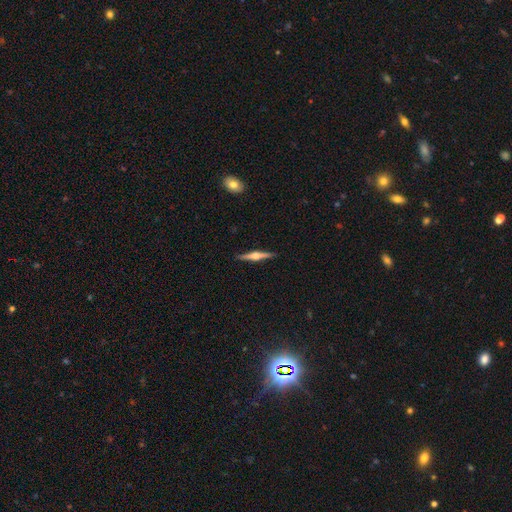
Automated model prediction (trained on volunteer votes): A featured or disk galaxy (75%) viewed edge-on (98%) with a rounded central bulge (91%).

Vote fractions:
- Smooth or featured? featured or disk: 75% / smooth: 20% / star or artifact: 5%
- Edge-on disk? yes: 98% / no: 2%
- Edge-on bulge? rounded: 91% / boxy: 6% / none: 3%
- Merging? none: 92% / minor disturbance: 6% / major disturbance: 1% / merger: 1%